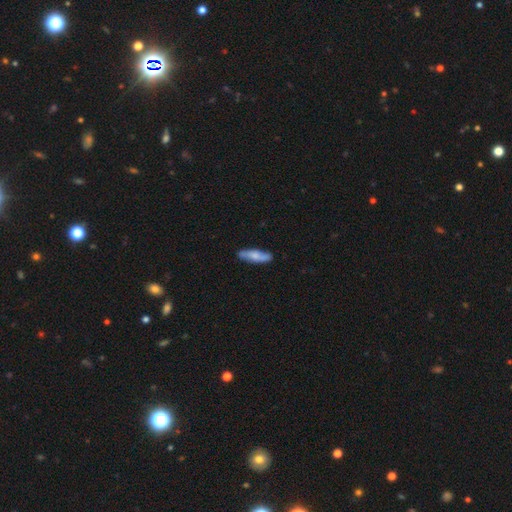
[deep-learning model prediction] Morphology: type=smooth (66%); roundness=cigar-shaped (61%); merging=none (83%).